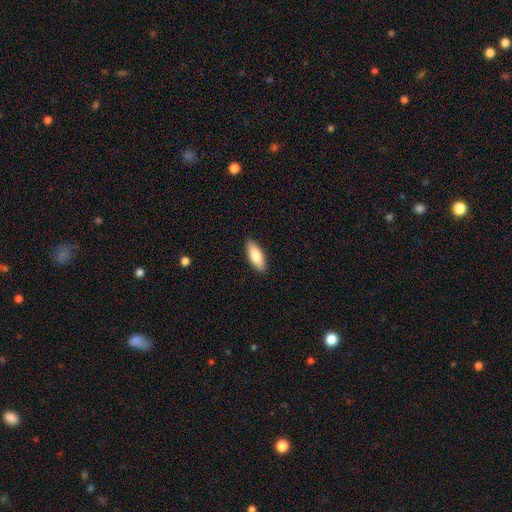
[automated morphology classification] type=smooth (81%); roundness=in between (71%); merging=none (89%).